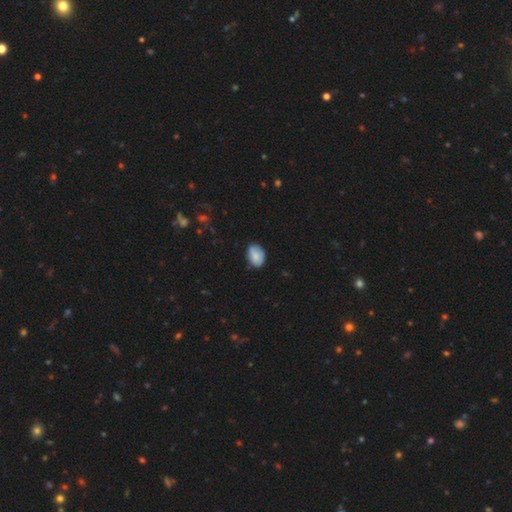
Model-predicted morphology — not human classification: Smooth or featured: smooth — 76% (featured or disk — 17%)
How rounded: in between — 79% (round — 20%)
Merging: none — 75% (minor disturbance — 20%)